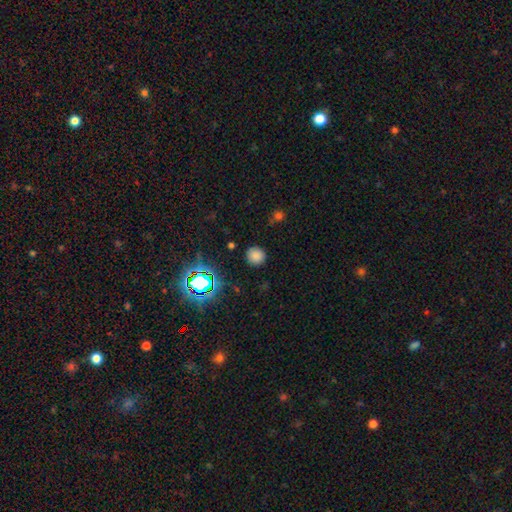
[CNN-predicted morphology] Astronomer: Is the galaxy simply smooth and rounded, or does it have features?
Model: smooth — 77%.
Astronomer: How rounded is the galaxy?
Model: round — 92%.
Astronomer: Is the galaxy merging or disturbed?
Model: none — 88%.